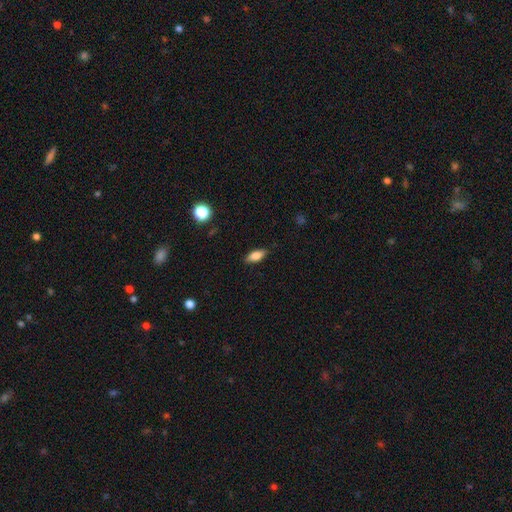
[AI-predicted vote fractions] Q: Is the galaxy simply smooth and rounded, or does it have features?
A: smooth — 80%.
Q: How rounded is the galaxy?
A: in between — 81%.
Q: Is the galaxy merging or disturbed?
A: none — 85%.